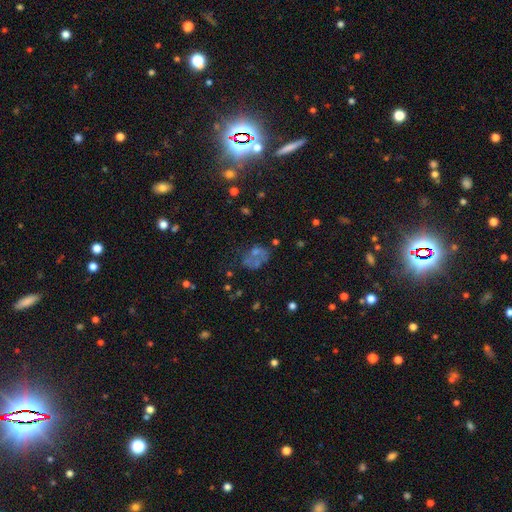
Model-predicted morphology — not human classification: Q: Smooth or featured?
A: smooth (46%); runner-up: featured or disk (33%)
Q: Merging?
A: none (37%); runner-up: major disturbance (27%)